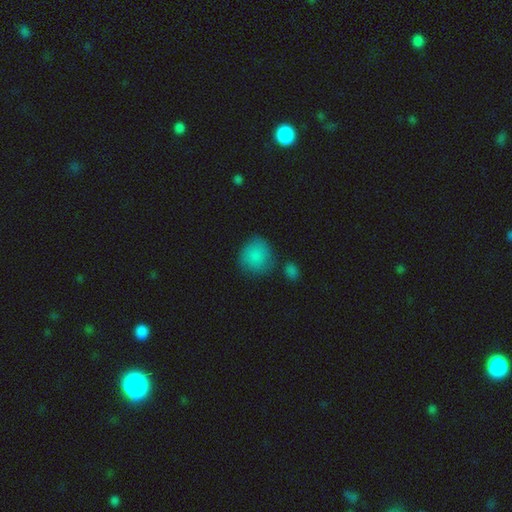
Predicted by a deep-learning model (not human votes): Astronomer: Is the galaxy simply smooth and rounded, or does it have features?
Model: smooth — 85%.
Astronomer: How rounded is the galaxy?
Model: round — 82%.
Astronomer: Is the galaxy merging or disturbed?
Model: none — 68%.